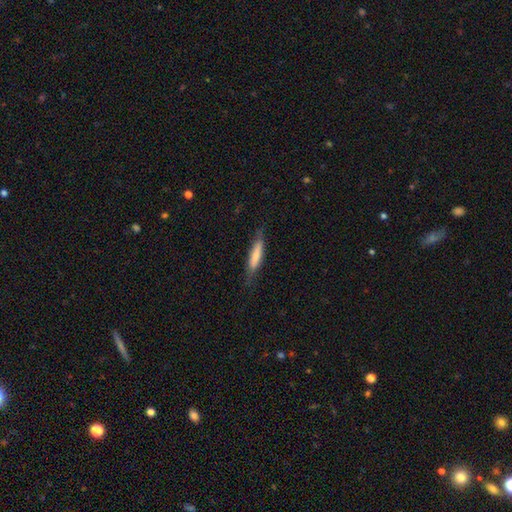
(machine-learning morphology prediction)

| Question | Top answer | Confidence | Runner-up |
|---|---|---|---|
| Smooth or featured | smooth | 68% | featured or disk (27%) |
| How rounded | cigar-shaped | 83% | in between (15%) |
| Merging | none | 77% | minor disturbance (17%) |